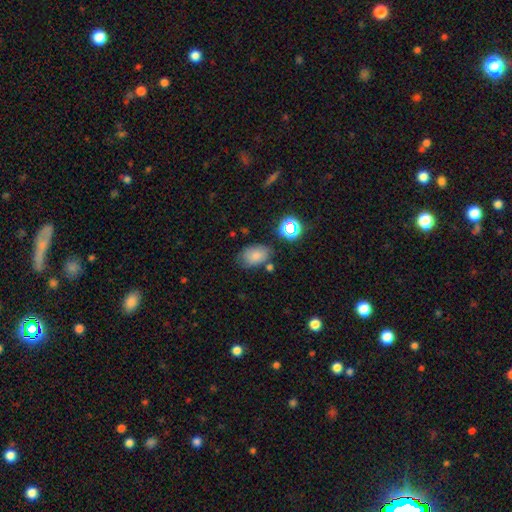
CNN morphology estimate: The model was most divided on "merging": none: 68%, minor disturbance: 19%, merger: 7%, major disturbance: 5%. More confident: how rounded — in between (85%); smooth or featured — smooth (78%).